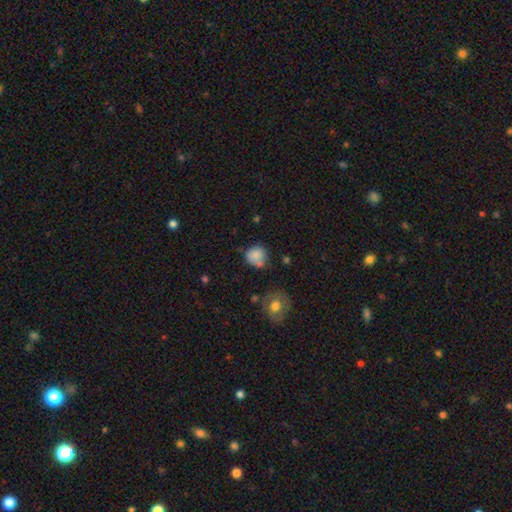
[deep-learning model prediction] smooth 81%, featured or disk 10%, star or artifact 9%. Down the decision tree: how rounded — round (81%); merging — none (58%).